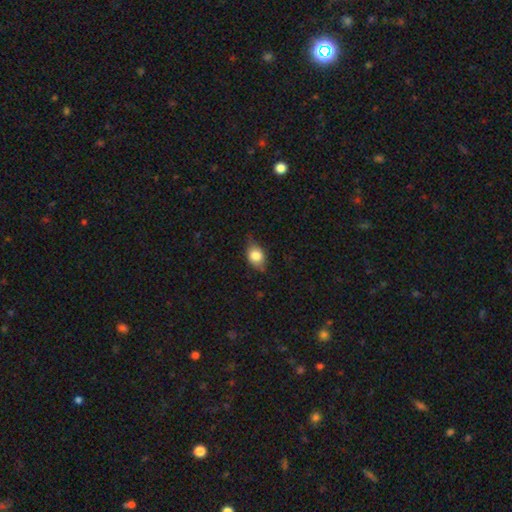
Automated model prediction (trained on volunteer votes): Q: Smooth or featured?
A: smooth (78%); runner-up: featured or disk (14%)
Q: How rounded?
A: in between (69%); runner-up: round (29%)
Q: Merging?
A: none (65%); runner-up: minor disturbance (28%)